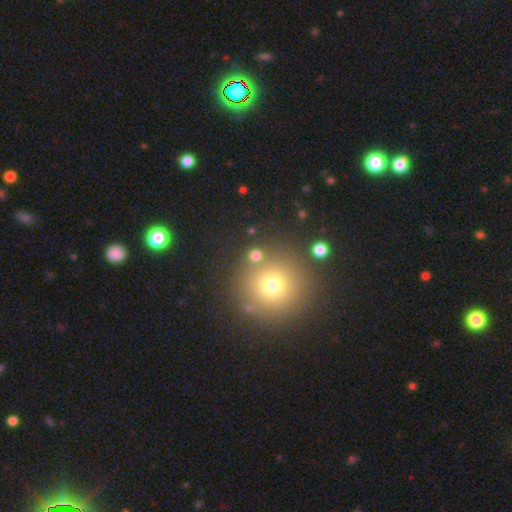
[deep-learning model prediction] Smooth or featured?
  - smooth: 72% *
  - star or artifact: 20%
  - featured or disk: 8%
How rounded?
  - round: 91% *
  - in between: 8%
  - cigar-shaped: 1%
Merging?
  - none: 79% *
  - merger: 10%
  - minor disturbance: 7%
  - major disturbance: 4%